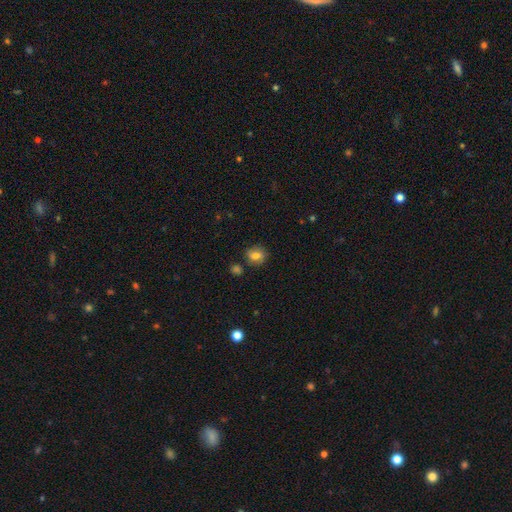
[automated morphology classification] smooth-or-featured: smooth: 77% | featured or disk: 12% | star or artifact: 10%
  how-rounded: round: 65% | in between: 33% | cigar-shaped: 1%
  merging: none: 78% | minor disturbance: 13% | merger: 5% | major disturbance: 3%